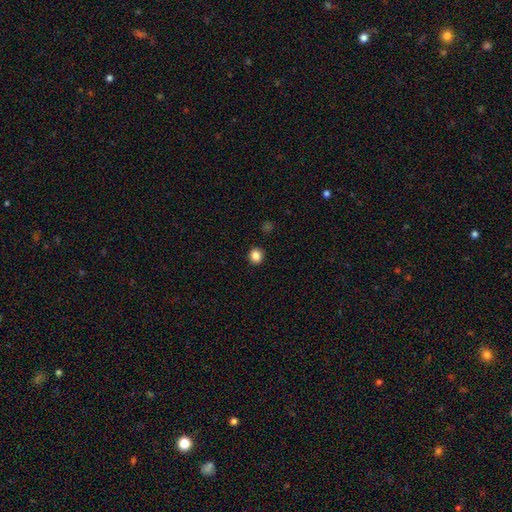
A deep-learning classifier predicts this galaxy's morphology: smooth_or_featured: smooth (p=0.85) [alt: star or artifact p=0.11]
how_rounded: round (p=0.85) [alt: in between p=0.14]
merging: none (p=0.92) [alt: minor disturbance p=0.05]